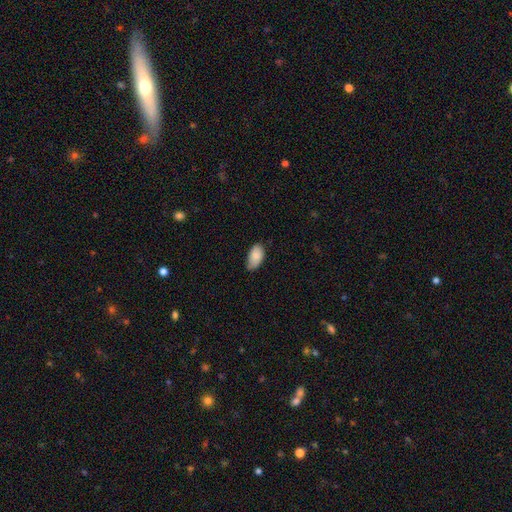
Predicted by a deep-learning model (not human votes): Morphology: type=smooth (85%); roundness=in between (94%); merging=none (63%).